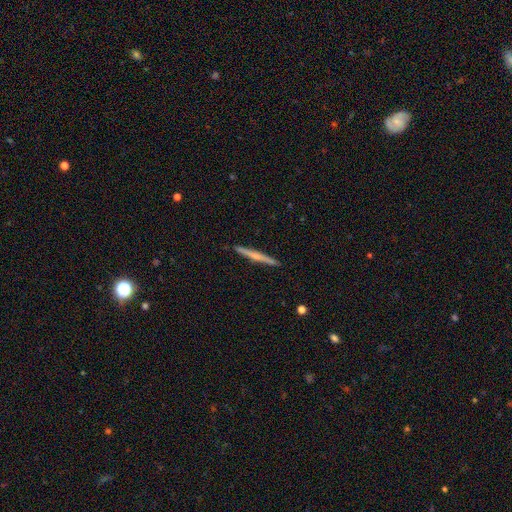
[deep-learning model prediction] Smooth or featured? featured or disk (58%)
Edge-on disk? yes (98%)
Edge-on bulge? rounded (49%)
Merging? none (92%)